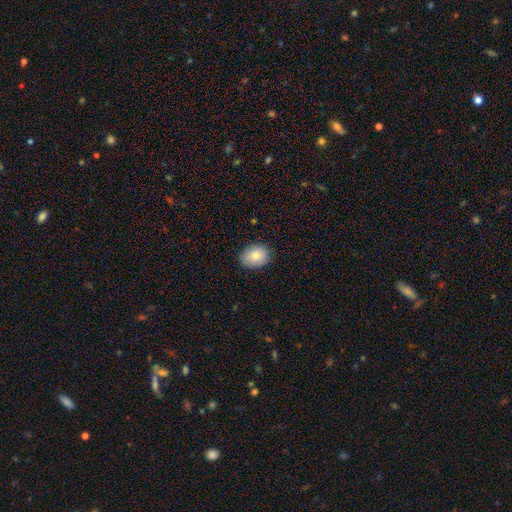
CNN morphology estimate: type=smooth (84%); roundness=in between (66%); merging=none (85%).